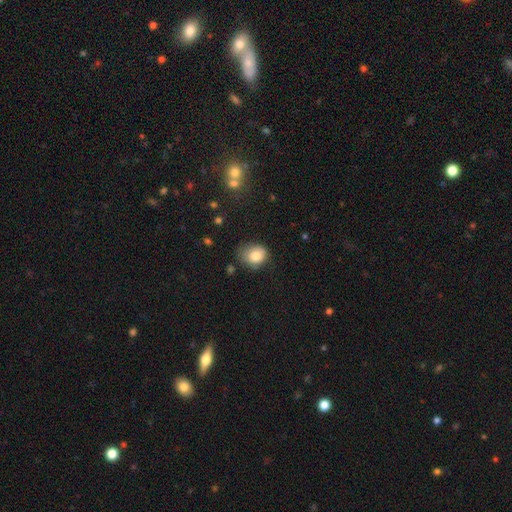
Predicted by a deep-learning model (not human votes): Smooth or featured? smooth (81%)
How rounded? round (52%)
Merging? none (54%)